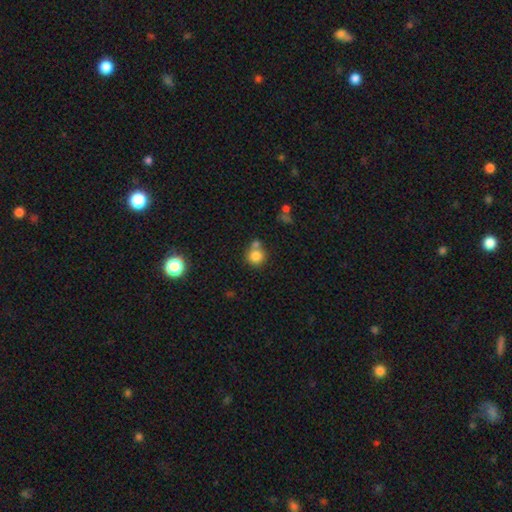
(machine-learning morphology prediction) A smooth galaxy with no disk features (81%) that is round (90%).

Vote fractions:
- Smooth or featured? smooth: 81% / star or artifact: 11% / featured or disk: 8%
- How rounded? round: 90% / in between: 9% / cigar-shaped: 1%
- Merging? none: 56% / merger: 30% / minor disturbance: 10% / major disturbance: 4%